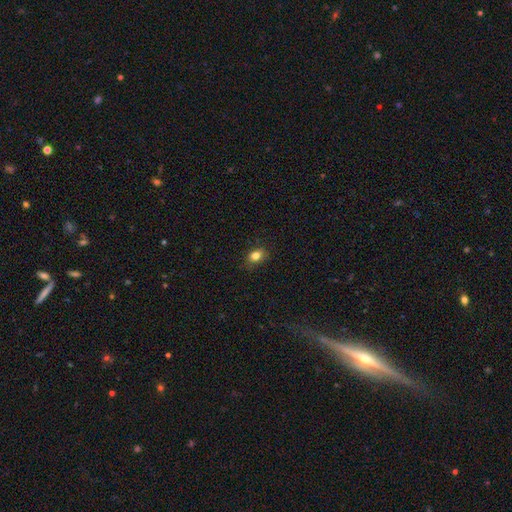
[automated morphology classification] A smooth galaxy with no disk features (82%) that is in between round and cigar-shaped (68%).

Vote fractions:
- Smooth or featured? smooth: 82% / star or artifact: 11% / featured or disk: 7%
- How rounded? in between: 68% / round: 31% / cigar-shaped: 1%
- Merging? none: 84% / minor disturbance: 13% / major disturbance: 3% / merger: 1%